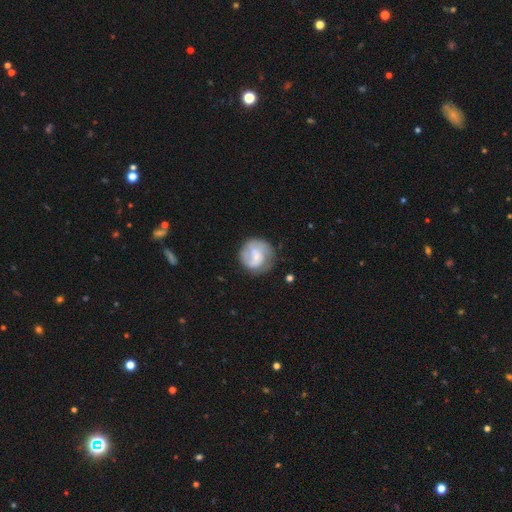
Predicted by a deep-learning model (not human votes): Q: Smooth or featured?
A: featured or disk (50%); runner-up: smooth (43%)
Q: Edge-on disk?
A: no (98%); runner-up: yes (2%)
Q: Merging?
A: none (68%); runner-up: minor disturbance (19%)